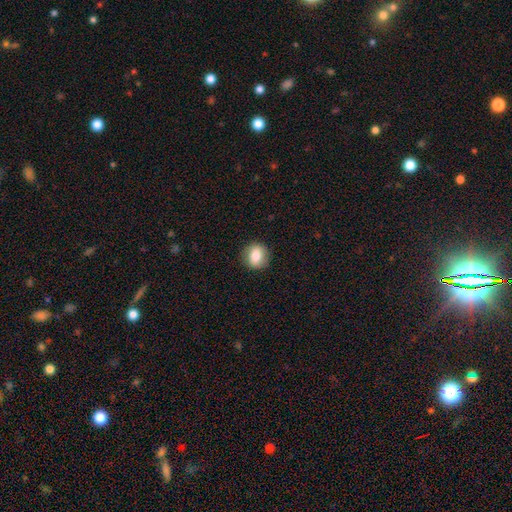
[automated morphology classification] Q: Smooth or featured?
A: smooth (80%); runner-up: featured or disk (12%)
Q: How rounded?
A: round (74%); runner-up: in between (25%)
Q: Merging?
A: none (88%); runner-up: minor disturbance (9%)